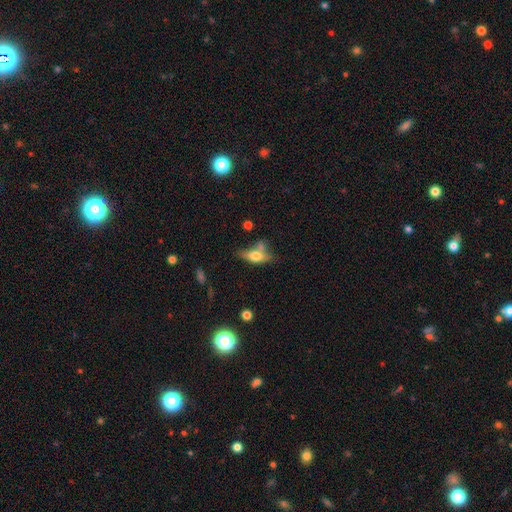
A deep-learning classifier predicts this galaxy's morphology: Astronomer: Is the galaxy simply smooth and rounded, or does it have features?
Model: smooth — 55% (runner-up: featured or disk, 36%).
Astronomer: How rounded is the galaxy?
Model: in between — 67%.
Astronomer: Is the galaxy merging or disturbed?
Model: none — 49%.